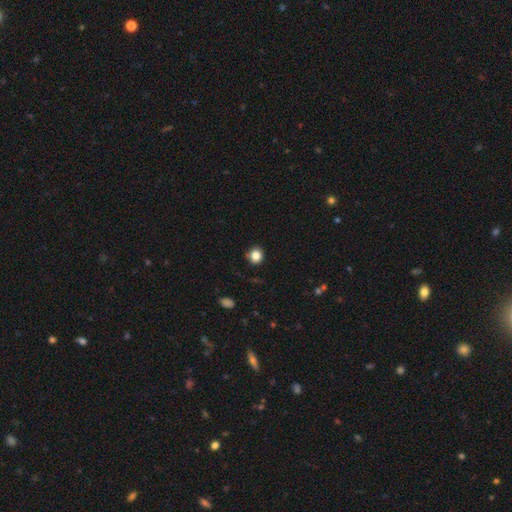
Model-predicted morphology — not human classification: Smooth or featured? smooth (84%)
How rounded? round (83%)
Merging? none (87%)